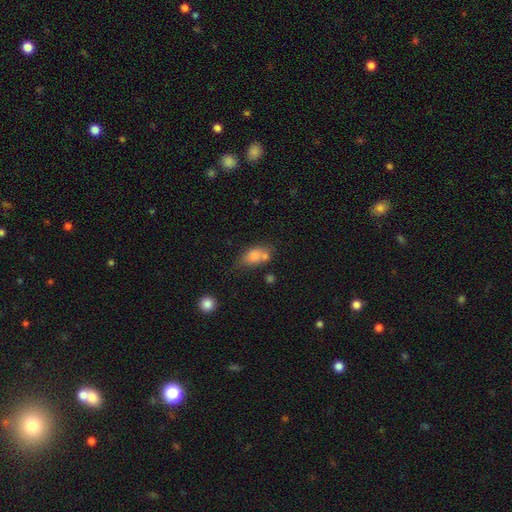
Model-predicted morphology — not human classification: Q: Smooth or featured?
A: smooth (79%); runner-up: featured or disk (11%)
Q: How rounded?
A: in between (78%); runner-up: round (18%)
Q: Merging?
A: none (40%); runner-up: merger (27%)